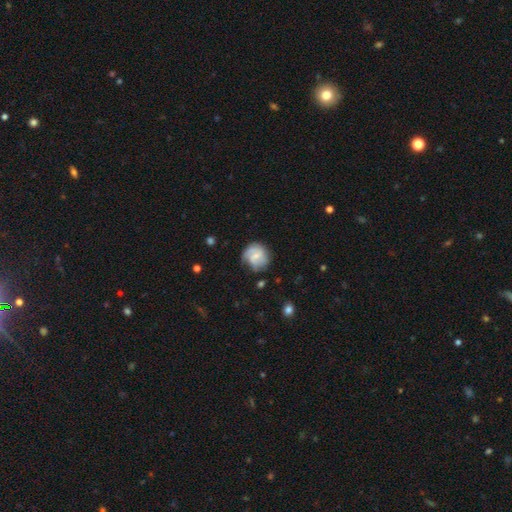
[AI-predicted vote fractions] Smooth or featured?
  - featured or disk: 60% *
  - smooth: 33%
  - star or artifact: 7%
Edge-on disk?
  - no: 98% *
  - yes: 2%
Bar?
  - weak: 48% *
  - no: 42%
  - strong: 10%
Spiral arms?
  - yes: 88% *
  - no: 12%
Spiral winding?
  - tight: 41% *
  - medium: 40%
  - loose: 19%
Spiral arm count?
  - 2: 46% *
  - can't tell: 23%
  - 1: 14%
  - 3: 13%
  - 4: 3%
  - more than 4: 2%
Bulge size?
  - small: 56% *
  - moderate: 31%
  - none: 10%
  - large: 2%
  - dominant: 1%
Merging?
  - none: 64% *
  - minor disturbance: 24%
  - major disturbance: 10%
  - merger: 2%